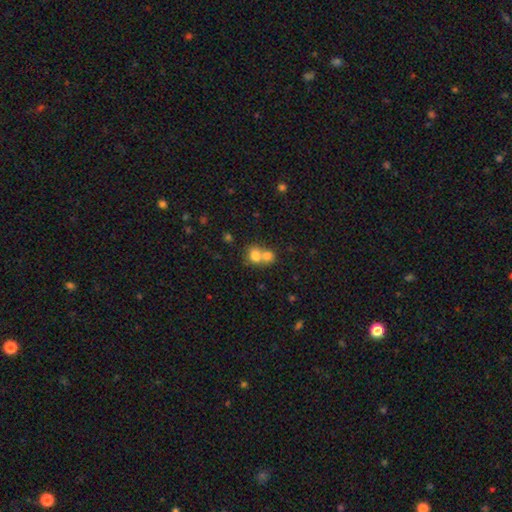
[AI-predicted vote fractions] smooth_or_featured: smooth (p=0.77) [alt: featured or disk p=0.12]
how_rounded: round (p=0.65) [alt: in between p=0.34]
merging: merger (p=0.63) [alt: none p=0.28]